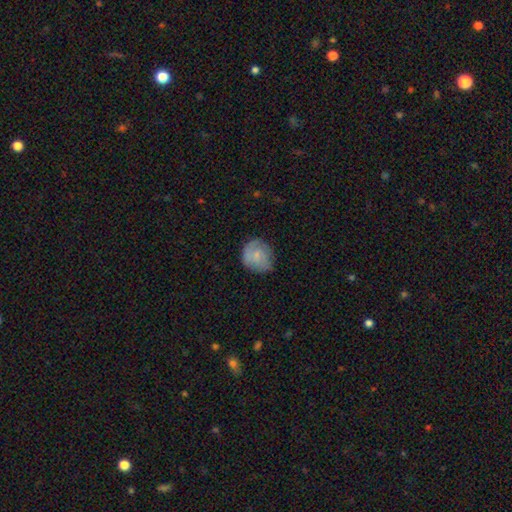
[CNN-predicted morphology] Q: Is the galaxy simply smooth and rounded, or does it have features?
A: smooth — 62%.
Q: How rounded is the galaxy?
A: round — 79%.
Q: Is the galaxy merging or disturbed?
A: none — 66%.